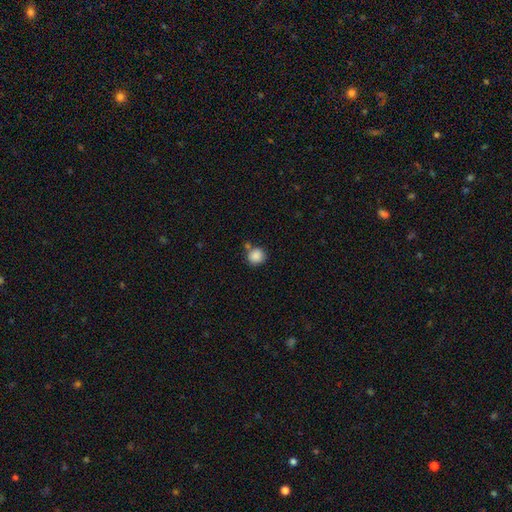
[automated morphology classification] Q: Smooth or featured?
A: smooth (87%); runner-up: star or artifact (9%)
Q: How rounded?
A: round (90%); runner-up: in between (9%)
Q: Merging?
A: none (71%); runner-up: merger (13%)